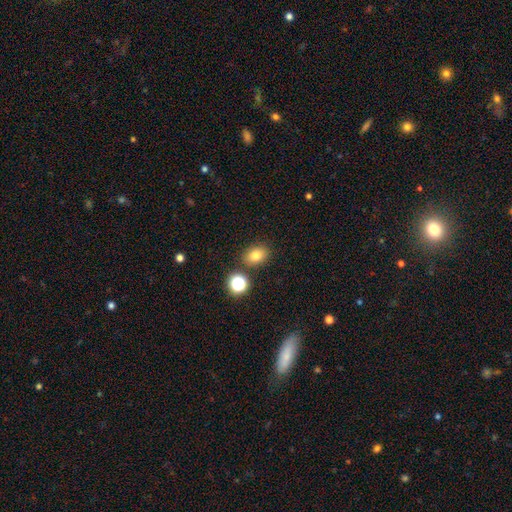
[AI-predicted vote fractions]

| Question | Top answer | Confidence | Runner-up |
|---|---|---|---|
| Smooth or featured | smooth | 78% | star or artifact (14%) |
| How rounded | in between | 66% | round (33%) |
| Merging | none | 81% | minor disturbance (10%) |